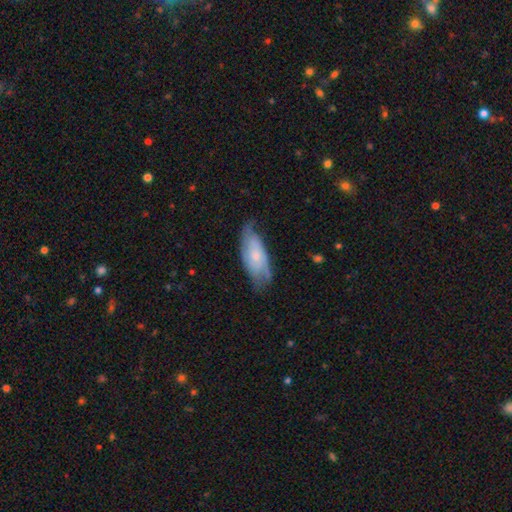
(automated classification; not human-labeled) Smooth or featured?
  - featured or disk: 57% *
  - smooth: 36%
  - star or artifact: 6%
Edge-on disk?
  - no: 87% *
  - yes: 13%
Bar?
  - no: 73% *
  - weak: 22%
  - strong: 4%
Spiral arms?
  - yes: 84% *
  - no: 16%
Bulge size?
  - small: 59% *
  - moderate: 32%
  - none: 5%
  - large: 3%
  - dominant: 1%
Merging?
  - none: 61% *
  - minor disturbance: 28%
  - major disturbance: 9%
  - merger: 2%